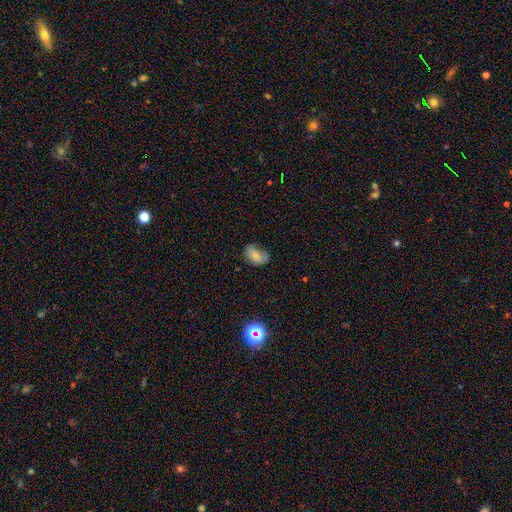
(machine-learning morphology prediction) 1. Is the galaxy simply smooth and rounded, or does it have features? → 71% smooth, 18% featured or disk, 11% star or artifact.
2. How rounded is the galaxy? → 84% in between, 15% round, 1% cigar-shaped.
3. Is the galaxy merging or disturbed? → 39% minor disturbance, 37% none, 20% major disturbance, 5% merger.